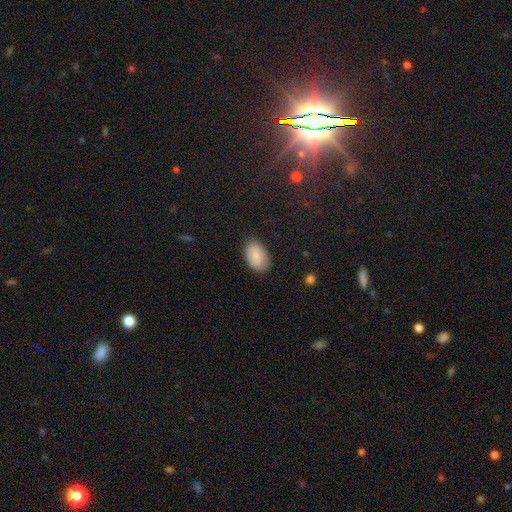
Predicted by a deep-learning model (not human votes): Smooth or featured? smooth (86%)
How rounded? in between (92%)
Merging? none (84%)